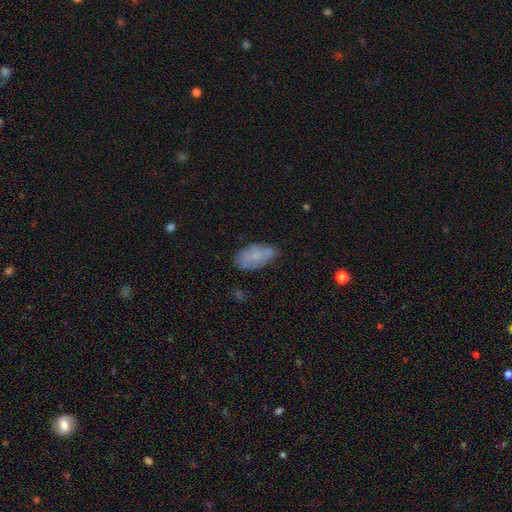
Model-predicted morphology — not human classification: Q: Smooth or featured?
A: smooth (72%); runner-up: featured or disk (19%)
Q: How rounded?
A: in between (92%); runner-up: cigar-shaped (5%)
Q: Merging?
A: none (64%); runner-up: minor disturbance (26%)